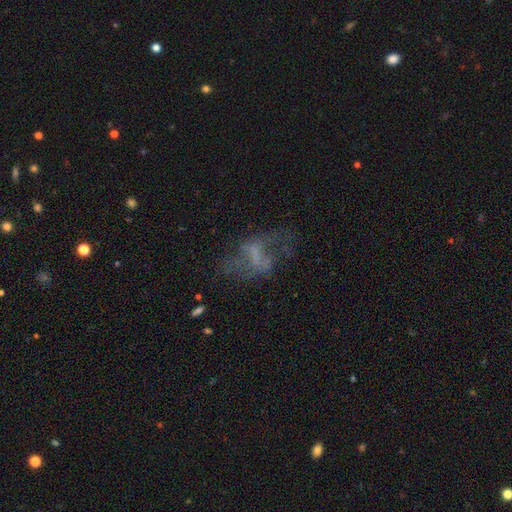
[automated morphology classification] smooth-or-featured: featured or disk: 54% | smooth: 28% | star or artifact: 18%
  disk-edge-on: no: 95% | yes: 5%
    bar: no: 50% | weak: 31% | strong: 19%
    has-spiral-arms: no: 70% | yes: 30%
    bulge-size: none: 68% | small: 16% | moderate: 10% | large: 4% | dominant: 1%
  merging: none: 39% | major disturbance: 38% | minor disturbance: 18% | merger: 5%